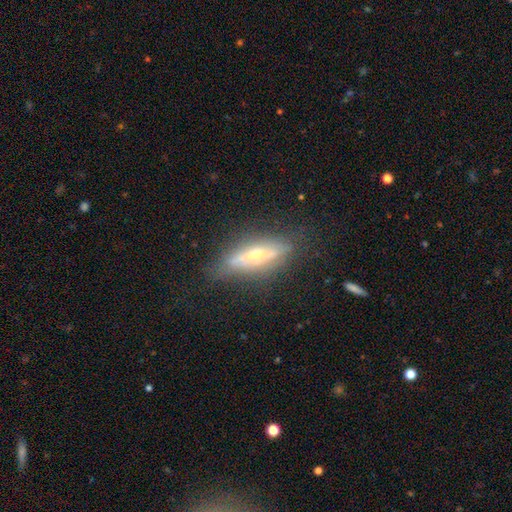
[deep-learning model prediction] This appears to be a featured or disk galaxy (69%) viewed edge-on (87%) with a rounded central bulge (82%). Merging: none (77%).